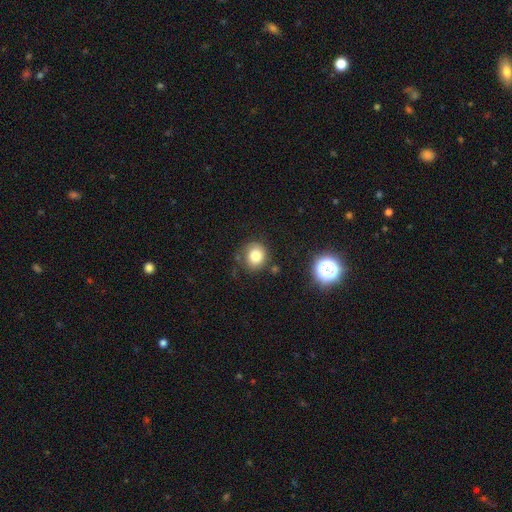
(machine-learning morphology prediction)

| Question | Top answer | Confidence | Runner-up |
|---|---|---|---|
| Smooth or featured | smooth | 80% | star or artifact (12%) |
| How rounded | round | 82% | in between (17%) |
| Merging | none | 73% | minor disturbance (17%) |